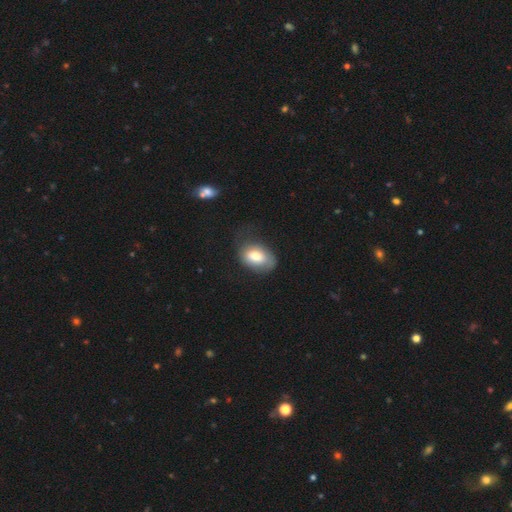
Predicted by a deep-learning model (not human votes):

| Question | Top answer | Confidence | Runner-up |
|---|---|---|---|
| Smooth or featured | smooth | 74% | featured or disk (18%) |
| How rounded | in between | 82% | round (16%) |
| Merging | none | 51% | minor disturbance (30%) |